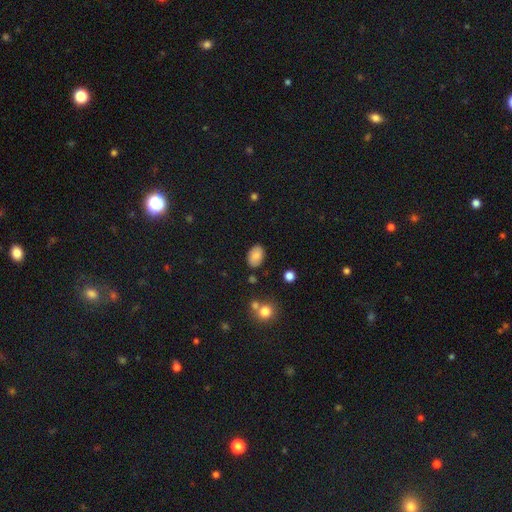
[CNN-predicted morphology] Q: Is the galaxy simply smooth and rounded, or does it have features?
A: smooth — 82%.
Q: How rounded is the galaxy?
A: in between — 88%.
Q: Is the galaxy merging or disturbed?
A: none — 84%.